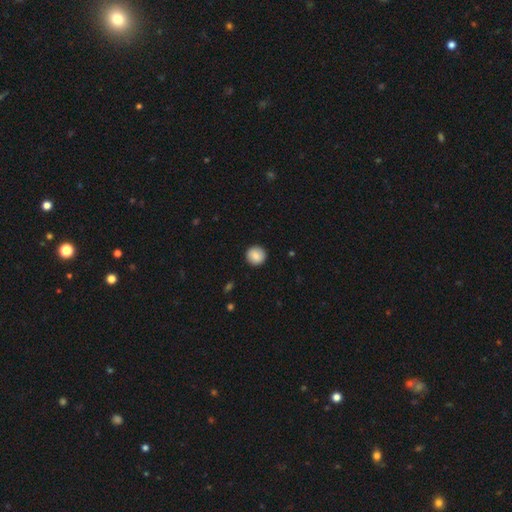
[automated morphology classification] Smooth or featured? smooth (85%)
How rounded? round (94%)
Merging? none (91%)